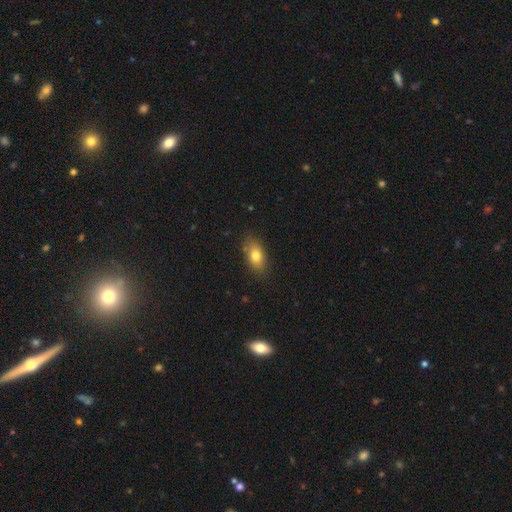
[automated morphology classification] A smooth galaxy with no disk features (78%) that is in between round and cigar-shaped (85%).

Vote fractions:
- Smooth or featured? smooth: 78% / featured or disk: 13% / star or artifact: 9%
- How rounded? in between: 85% / round: 9% / cigar-shaped: 6%
- Merging? none: 82% / minor disturbance: 14% / major disturbance: 3% / merger: 2%